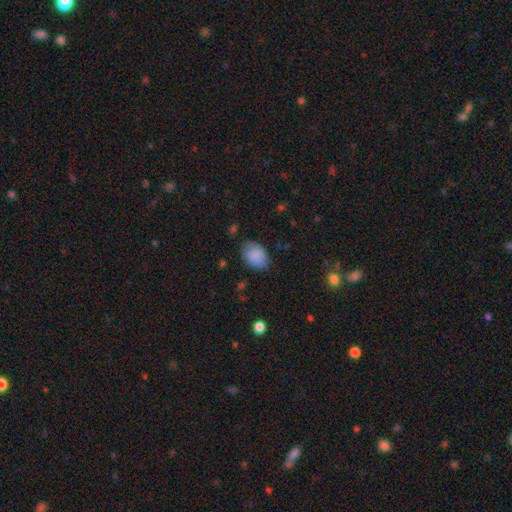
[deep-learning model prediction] This appears to be a smooth galaxy with no disk features (86%) that is in between round and cigar-shaped (81%). Merging: none (74%).